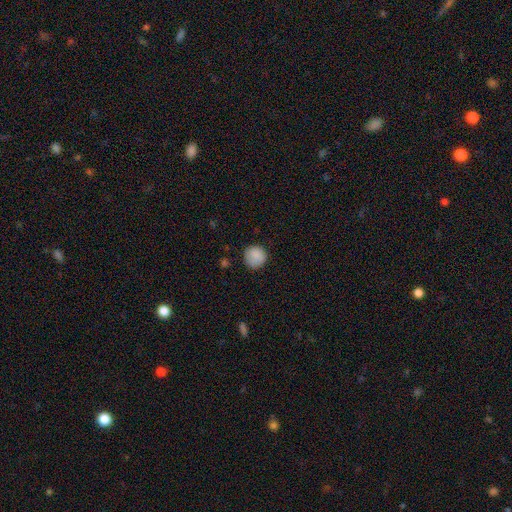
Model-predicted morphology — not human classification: Smooth or featured? smooth (87%)
How rounded? round (92%)
Merging? none (82%)